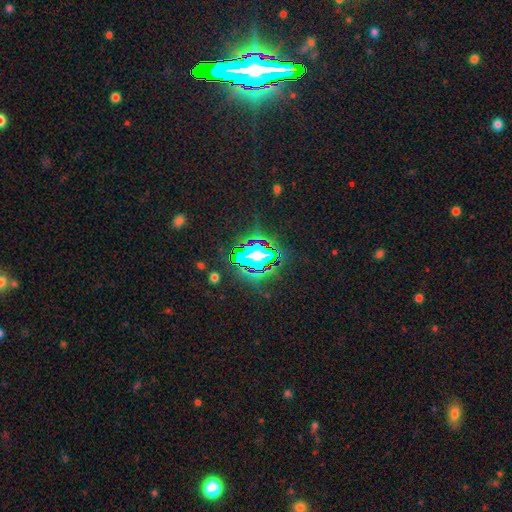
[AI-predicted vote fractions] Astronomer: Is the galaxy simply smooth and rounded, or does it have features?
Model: star or artifact — 68%.